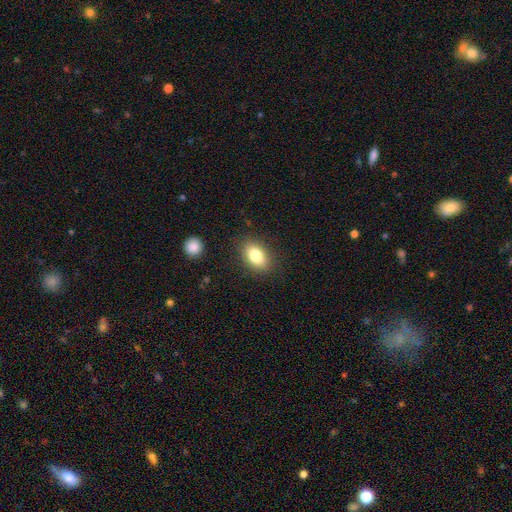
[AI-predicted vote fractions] Overall: smooth (82%). How rounded: in between (87%). Merging: none (85%).